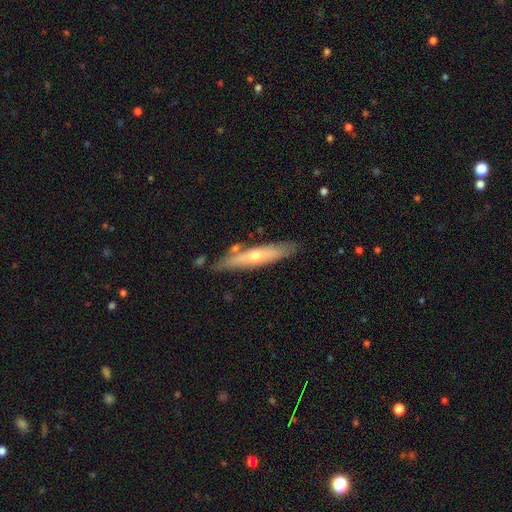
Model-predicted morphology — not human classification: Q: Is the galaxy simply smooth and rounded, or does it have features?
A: featured or disk — 50%.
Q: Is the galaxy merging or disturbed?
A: none — 77%.